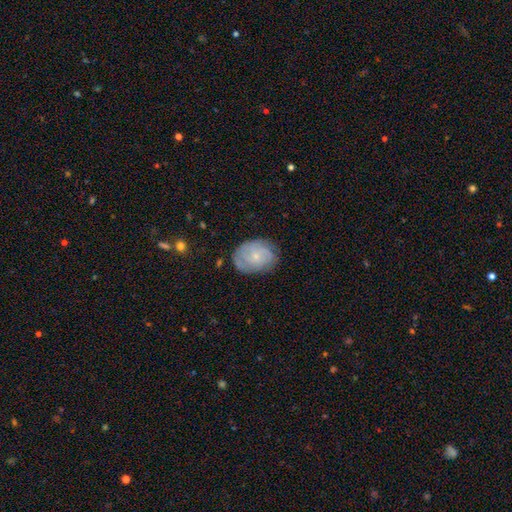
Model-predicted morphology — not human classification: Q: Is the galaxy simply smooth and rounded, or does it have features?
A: featured or disk — 53%.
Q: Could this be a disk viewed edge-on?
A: no — 97%.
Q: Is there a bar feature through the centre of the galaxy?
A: no — 80%.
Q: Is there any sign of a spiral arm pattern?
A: yes — 77%.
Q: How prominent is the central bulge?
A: small — 78%.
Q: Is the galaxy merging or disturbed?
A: none — 72%.